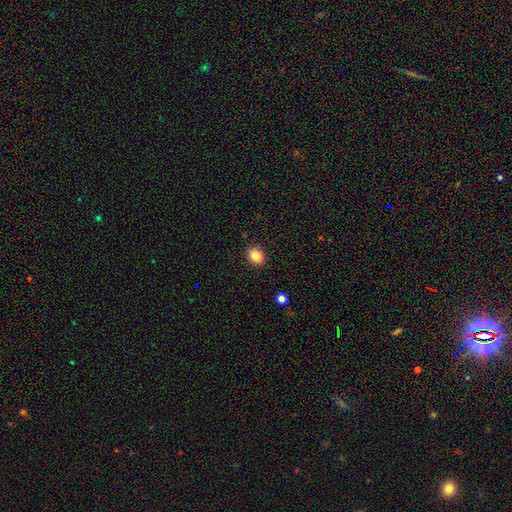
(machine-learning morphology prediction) smooth 83%, star or artifact 10%, featured or disk 6%. Down the decision tree: how rounded — round (50%); merging — none (89%).